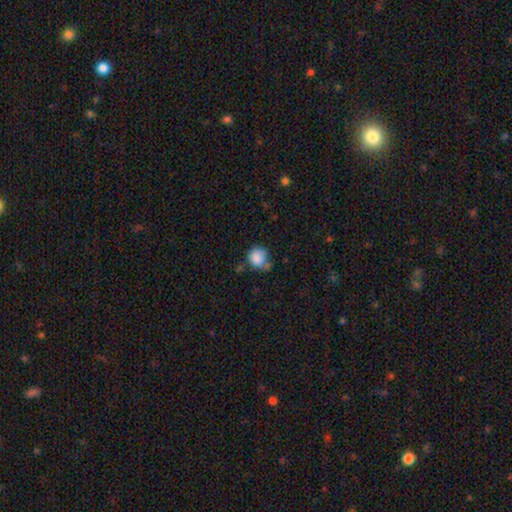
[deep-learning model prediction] The model was most divided on "merging": none: 54%, minor disturbance: 27%, merger: 12%, major disturbance: 7%. More confident: smooth or featured — smooth (86%); how rounded — round (82%).